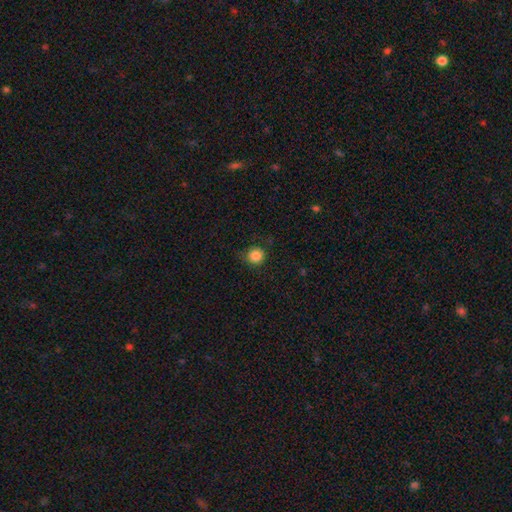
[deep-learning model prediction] A smooth galaxy with no disk features (85%) that is round (94%). Merging: none (84%).